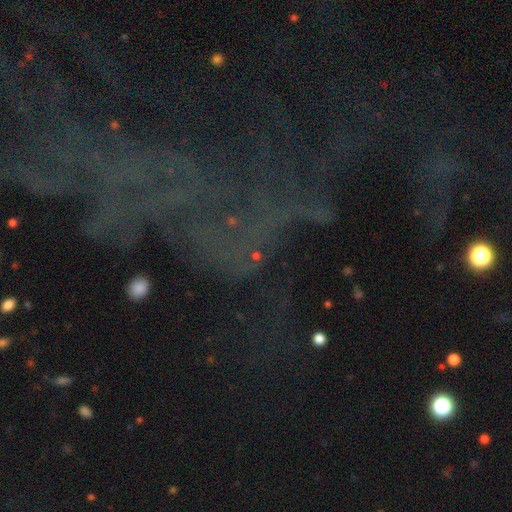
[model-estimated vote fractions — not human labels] Overall: star or artifact (65%).